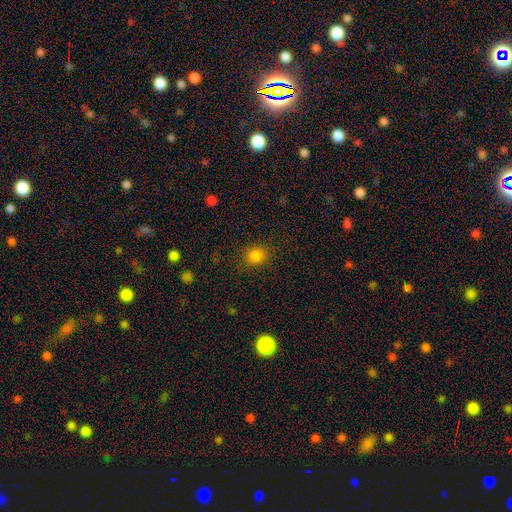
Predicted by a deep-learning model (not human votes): Smooth or featured: smooth — 82% (star or artifact — 13%)
How rounded: round — 72% (in between — 27%)
Merging: none — 85% (minor disturbance — 10%)